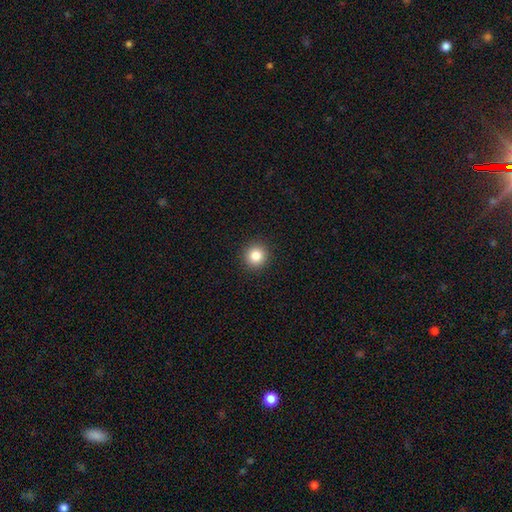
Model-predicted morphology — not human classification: smooth-or-featured: smooth: 84% | star or artifact: 11% | featured or disk: 5%
  how-rounded: round: 93% | in between: 6% | cigar-shaped: 1%
  merging: none: 92% | minor disturbance: 5% | major disturbance: 2% | merger: 1%